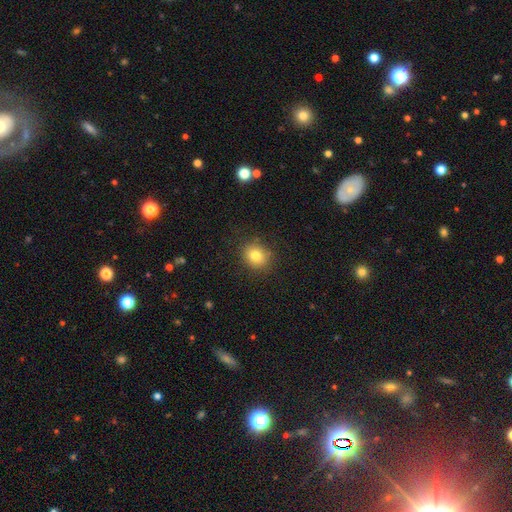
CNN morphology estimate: smooth 80%, star or artifact 11%, featured or disk 9%. Down the decision tree: how rounded — round (71%); merging — none (86%).